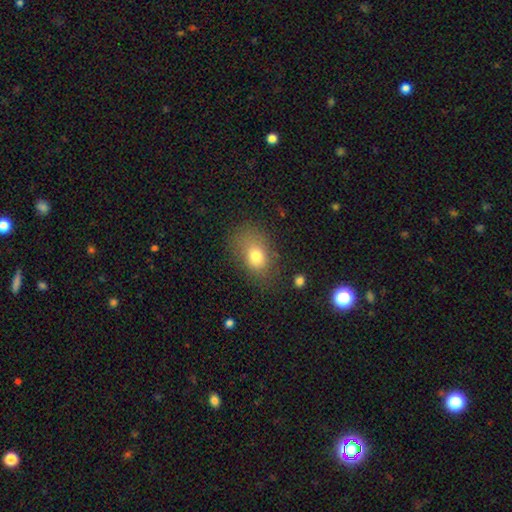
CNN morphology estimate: Smooth or featured: smooth — 75% (featured or disk — 14%)
How rounded: in between — 75% (round — 23%)
Merging: none — 65% (minor disturbance — 21%)